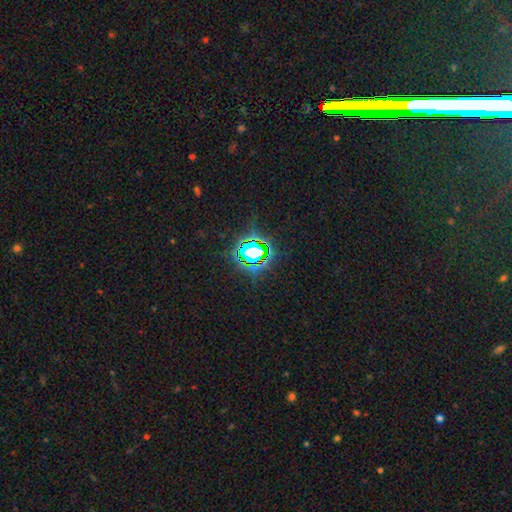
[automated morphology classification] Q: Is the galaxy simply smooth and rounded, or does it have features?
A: star or artifact — 75%.